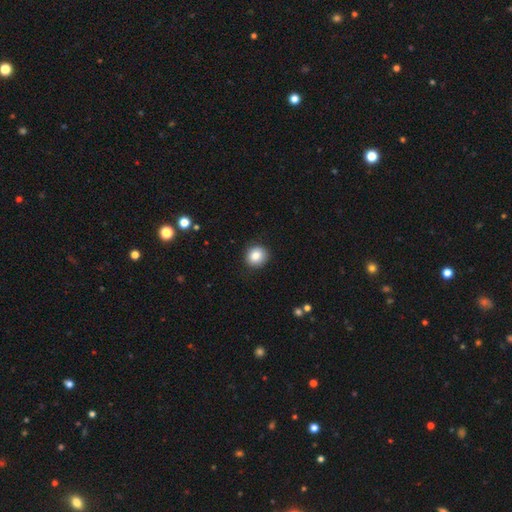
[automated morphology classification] This is clearly a smooth galaxy (86%). How rounded: clearly round (84%). Merging: clearly none (88%).